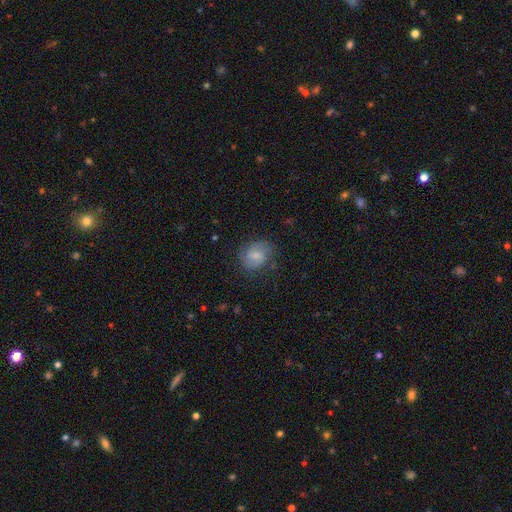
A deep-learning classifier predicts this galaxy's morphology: smooth 47%, featured or disk 45%, star or artifact 8%. Down the decision tree: merging — none (72%).